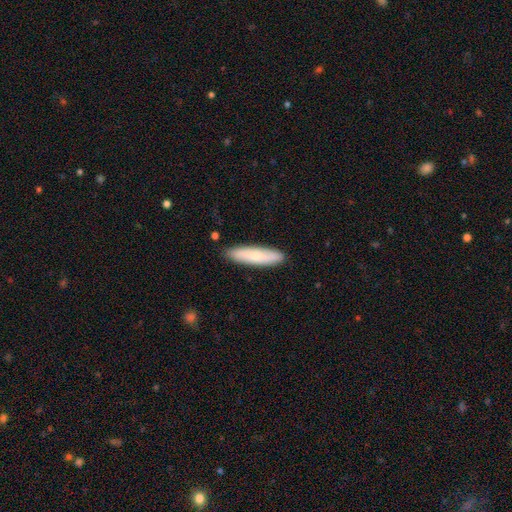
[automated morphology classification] Smooth or featured? smooth (69%)
How rounded? cigar-shaped (74%)
Merging? none (88%)